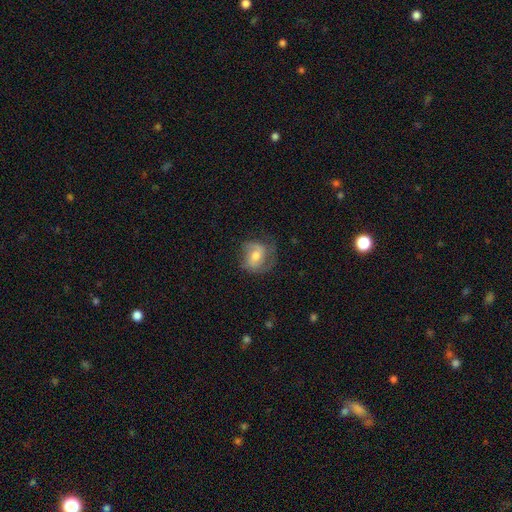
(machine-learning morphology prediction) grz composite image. It shows a featured or disk galaxy (59%) with a weak bar (41%, tied with no), spiral arms (85%) and a moderate central bulge (66%). Merging: none (59%).